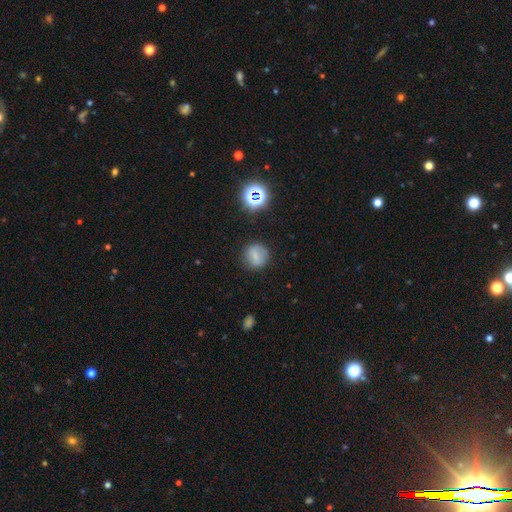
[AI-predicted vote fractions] Morphology: type=smooth (62%); roundness=round (88%); merging=none (83%).